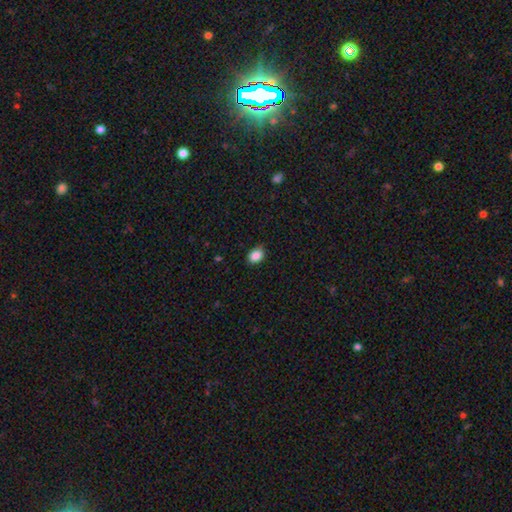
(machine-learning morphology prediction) smooth 88%, star or artifact 9%, featured or disk 3%. Down the decision tree: how rounded — in between (72%); merging — none (85%).